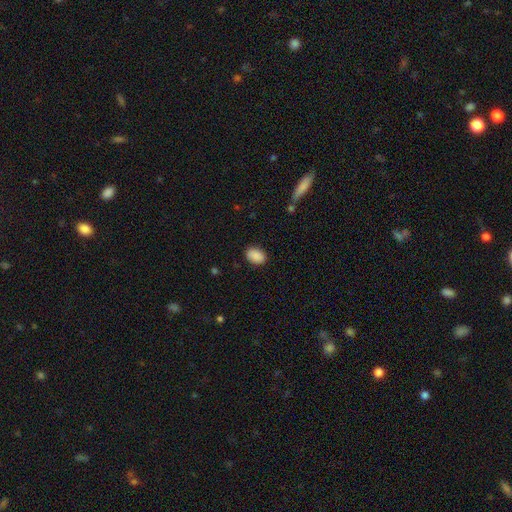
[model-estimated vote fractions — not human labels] This appears to be a smooth galaxy with no disk features (89%) that is in between round and cigar-shaped (84%). Merging: none (84%).